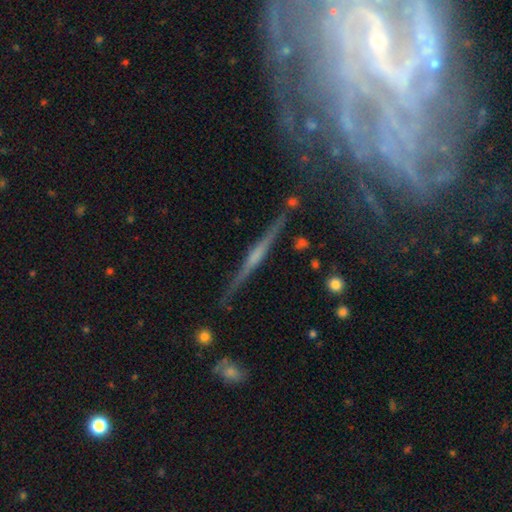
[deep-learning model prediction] This appears to be a featured or disk galaxy (75%) viewed edge-on (98%) with a rounded central bulge (46%). Merging: none (86%).